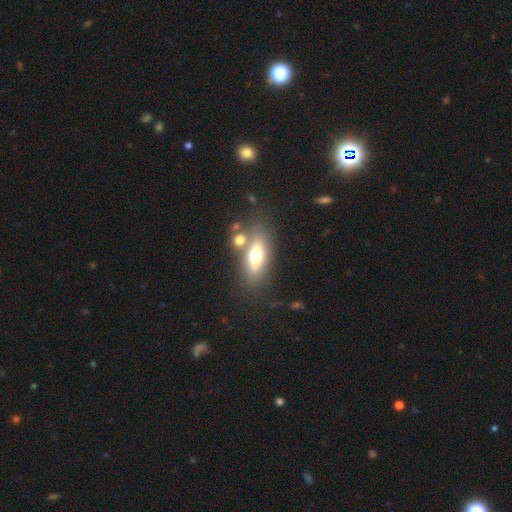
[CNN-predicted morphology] smooth_or_featured: smooth (p=0.53) [alt: featured or disk p=0.37]
how_rounded: in between (p=0.63) [alt: cigar-shaped p=0.32]
merging: none (p=0.63) [alt: merger p=0.19]